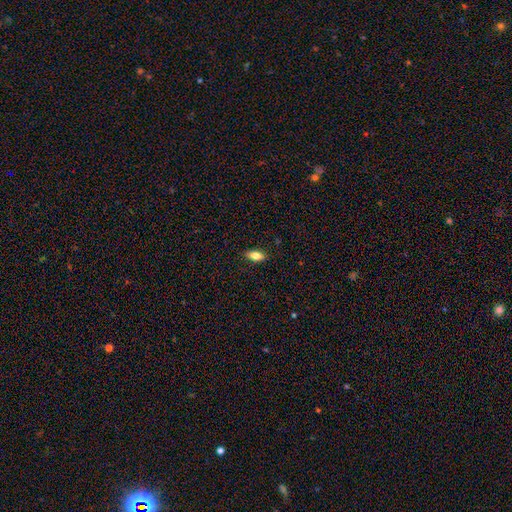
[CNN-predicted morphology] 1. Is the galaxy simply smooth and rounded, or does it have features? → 77% smooth, 16% featured or disk, 8% star or artifact.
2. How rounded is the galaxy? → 81% in between, 16% cigar-shaped, 3% round.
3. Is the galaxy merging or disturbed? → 88% none, 9% minor disturbance, 2% major disturbance, 1% merger.